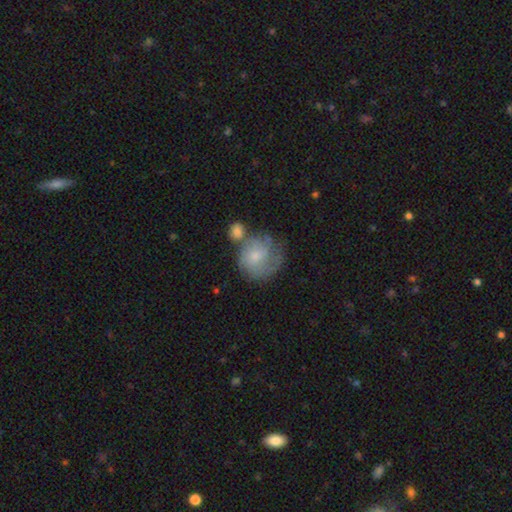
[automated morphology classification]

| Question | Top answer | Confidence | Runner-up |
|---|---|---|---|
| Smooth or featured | smooth | 51% | featured or disk (41%) |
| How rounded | round | 80% | in between (19%) |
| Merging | none | 40% | minor disturbance (22%) |